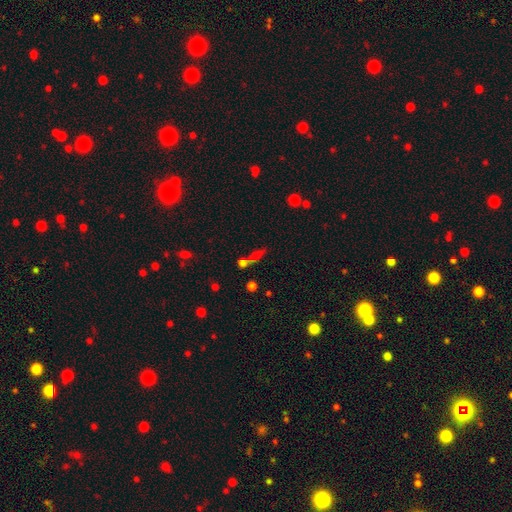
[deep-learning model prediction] Q: Smooth or featured?
A: smooth (50%); runner-up: star or artifact (28%)
Q: Merging?
A: none (53%); runner-up: merger (27%)